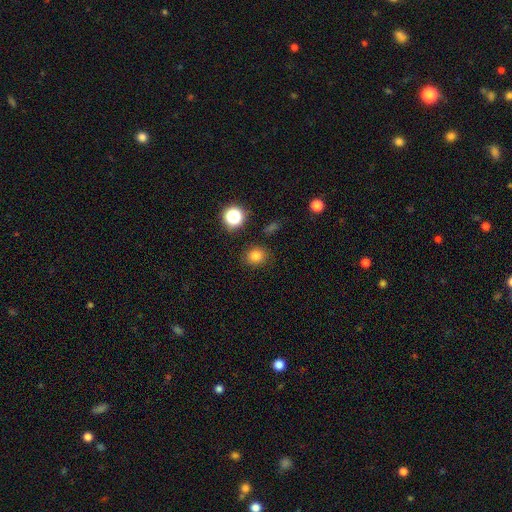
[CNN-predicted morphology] Smooth or featured? Predicted: smooth (p=0.79). How rounded? Predicted: round (p=0.76). Merging? Predicted: none (p=0.85).